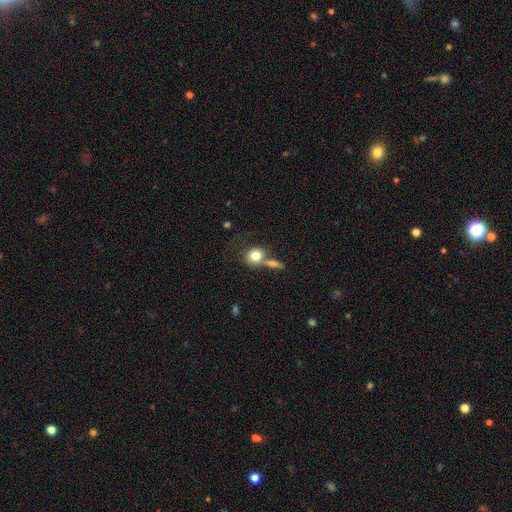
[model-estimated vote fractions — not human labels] smooth 78%, featured or disk 13%, star or artifact 9%. Down the decision tree: how rounded — round (79%); merging — none (40%).